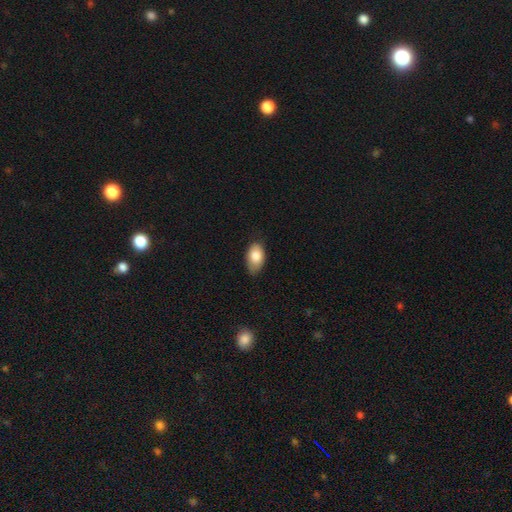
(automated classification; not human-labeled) Smooth or featured? Predicted: smooth (p=0.82). How rounded? Predicted: in between (p=0.92). Merging? Predicted: none (p=0.72).